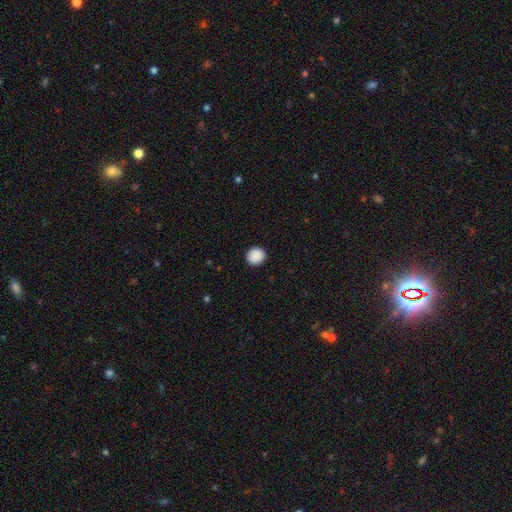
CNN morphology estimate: This appears to be a smooth galaxy with no disk features (90%) that is round (88%). Merging: none (92%).